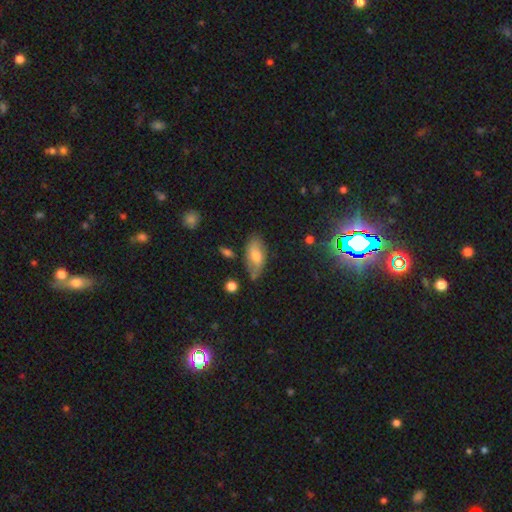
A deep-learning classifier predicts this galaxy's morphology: Smooth or featured: smooth — 59% (featured or disk — 32%)
How rounded: in between — 90% (cigar-shaped — 6%)
Merging: none — 69% (minor disturbance — 22%)